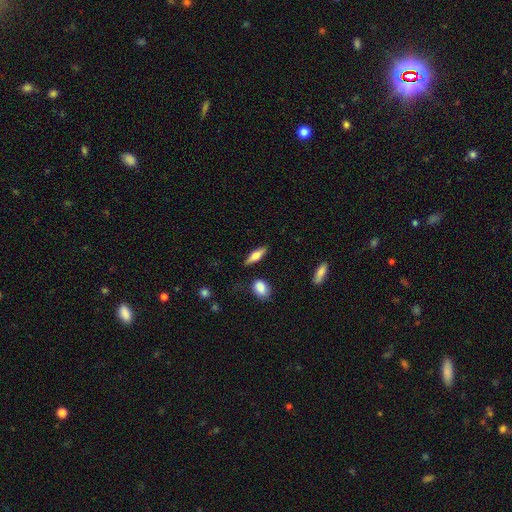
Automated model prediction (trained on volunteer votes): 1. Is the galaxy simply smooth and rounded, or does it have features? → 57% smooth, 37% featured or disk, 7% star or artifact.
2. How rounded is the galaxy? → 49% in between, 48% cigar-shaped, 3% round.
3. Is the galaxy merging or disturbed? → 84% none, 11% minor disturbance, 3% major disturbance, 3% merger.